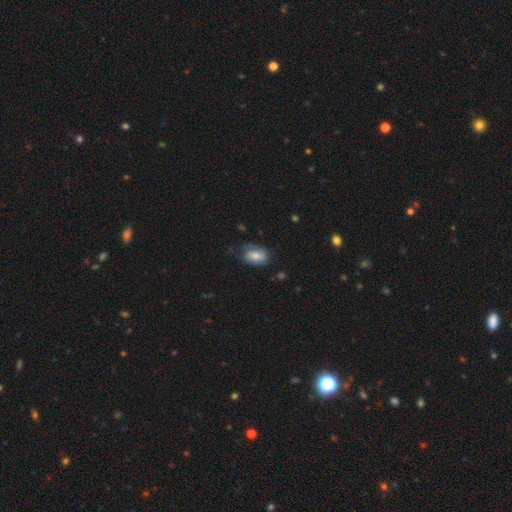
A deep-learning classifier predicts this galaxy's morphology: smooth 70%, featured or disk 22%, star or artifact 7%. Down the decision tree: how rounded — in between (86%); merging — none (61%).